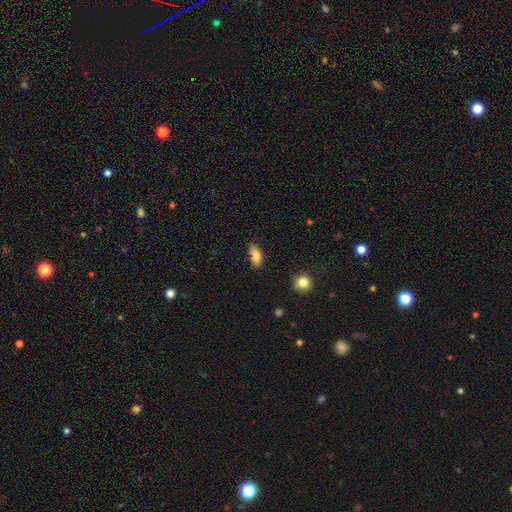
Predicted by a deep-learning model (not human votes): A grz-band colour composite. It shows a smooth galaxy with no disk features (83%) that is in between round and cigar-shaped (85%). Merging: none (67%).